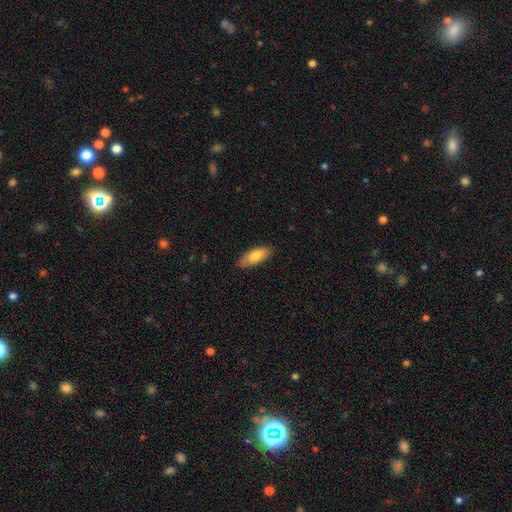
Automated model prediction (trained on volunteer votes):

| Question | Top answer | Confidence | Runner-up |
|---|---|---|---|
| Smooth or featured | smooth | 79% | featured or disk (16%) |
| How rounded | in between | 76% | cigar-shaped (22%) |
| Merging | none | 83% | minor disturbance (14%) |